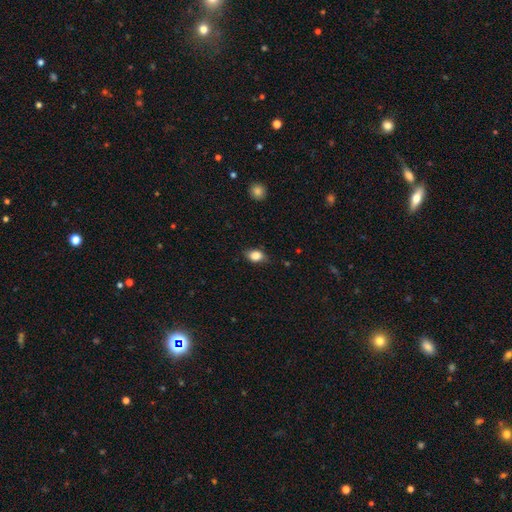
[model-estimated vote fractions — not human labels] Smooth or featured? smooth (84%)
How rounded? in between (73%)
Merging? none (74%)